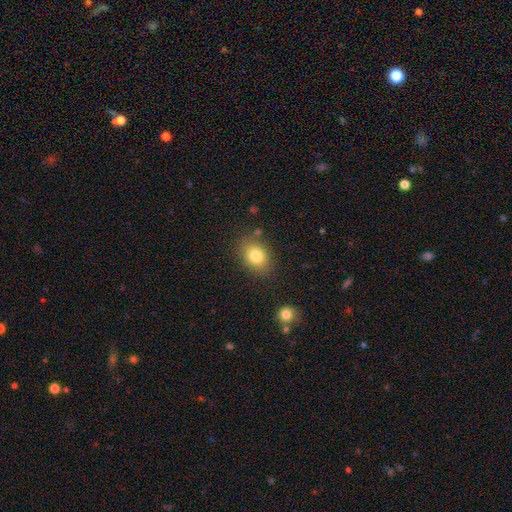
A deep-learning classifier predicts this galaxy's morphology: Smooth or featured? smooth (81%)
How rounded? in between (63%)
Merging? none (80%)